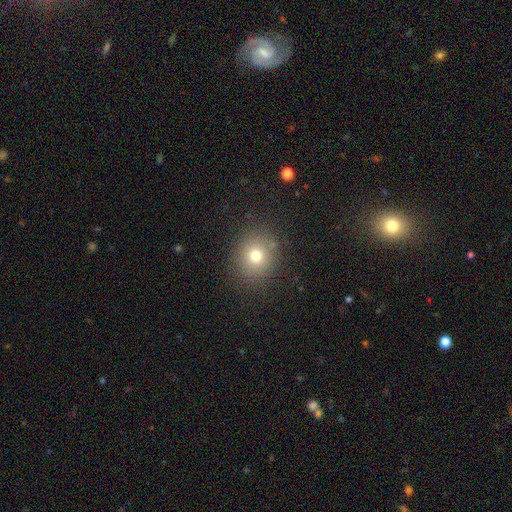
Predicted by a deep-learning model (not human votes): A smooth galaxy with no disk features (73%) that is round (81%). Merging: none (84%).